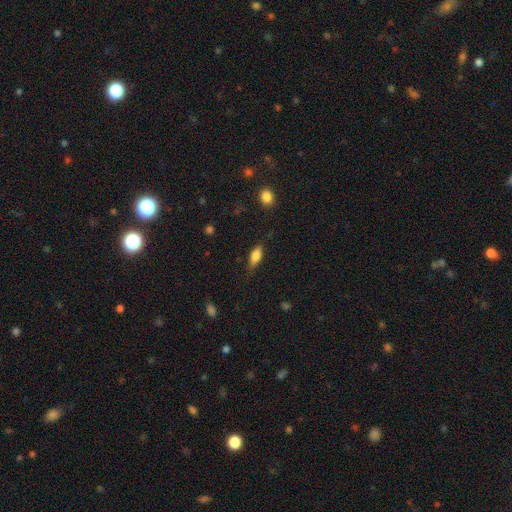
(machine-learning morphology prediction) smooth 69%, featured or disk 23%, star or artifact 8%. Down the decision tree: how rounded — in between (71%); merging — none (73%).